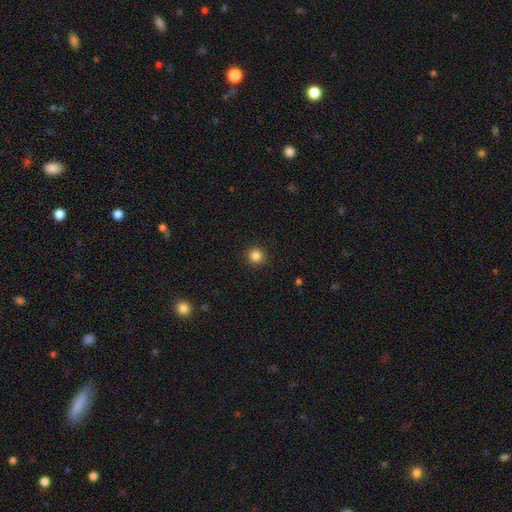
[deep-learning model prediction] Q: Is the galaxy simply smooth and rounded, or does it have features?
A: smooth — 85%.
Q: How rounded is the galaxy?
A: round — 95%.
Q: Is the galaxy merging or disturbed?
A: none — 92%.